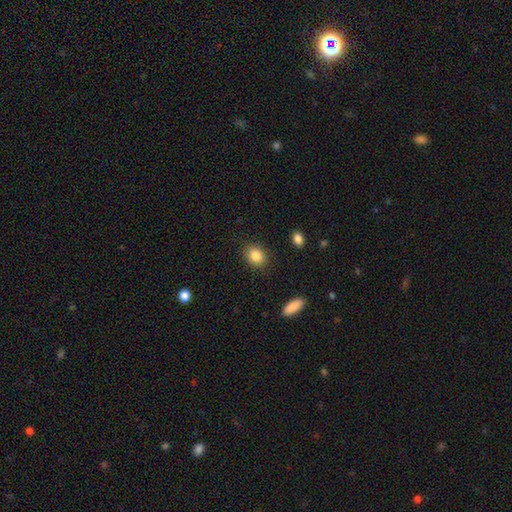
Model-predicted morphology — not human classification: Overall: smooth (86%). How rounded: round (57%; in between 42%). Merging: none (88%).